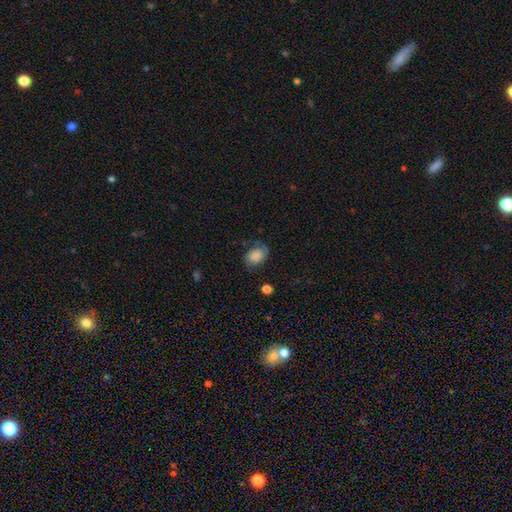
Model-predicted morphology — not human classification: This appears to be a smooth galaxy with no disk features (54%) that is in between round and cigar-shaped (71%). Merging: none (62%).